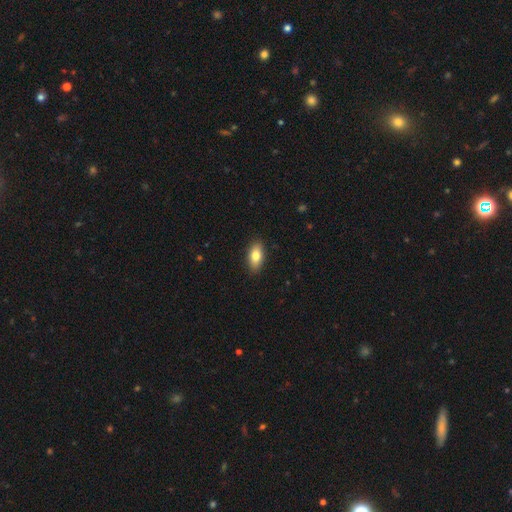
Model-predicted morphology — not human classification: type=smooth (81%); roundness=in between (89%); merging=none (88%).